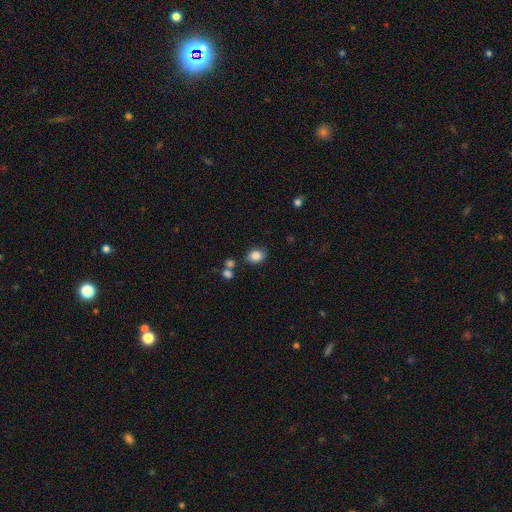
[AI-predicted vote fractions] A smooth galaxy with no disk features (85%) that is in between round and cigar-shaped (54%).

Vote fractions:
- Smooth or featured? smooth: 85% / star or artifact: 10% / featured or disk: 6%
- How rounded? in between: 54% / round: 45% / cigar-shaped: 1%
- Merging? none: 74% / minor disturbance: 14% / merger: 7% / major disturbance: 4%